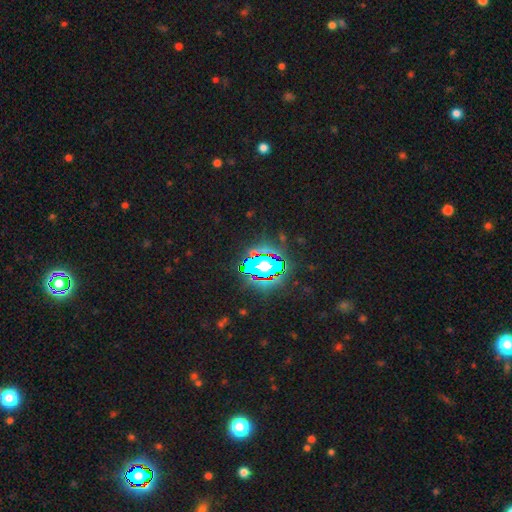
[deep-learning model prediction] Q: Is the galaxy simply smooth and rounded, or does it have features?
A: star or artifact — 75%.